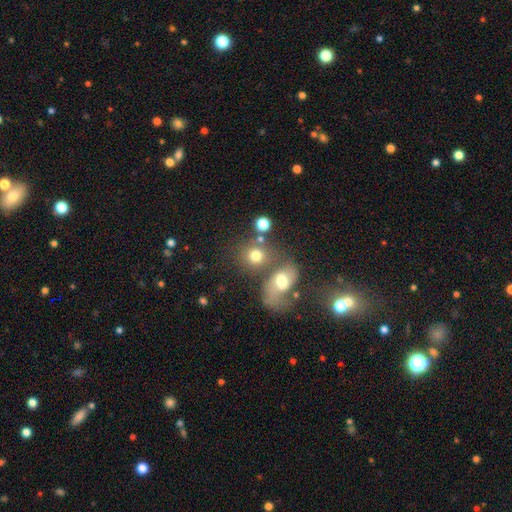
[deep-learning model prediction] Smooth or featured? Predicted: smooth (p=0.71). How rounded? Predicted: round (p=0.72). Merging? Predicted: none (p=0.47).